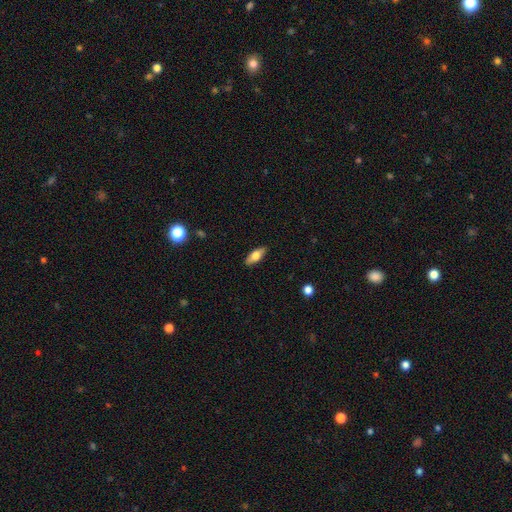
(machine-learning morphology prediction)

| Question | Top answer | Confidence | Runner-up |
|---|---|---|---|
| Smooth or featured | smooth | 66% | featured or disk (28%) |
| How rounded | in between | 76% | cigar-shaped (21%) |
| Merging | none | 88% | minor disturbance (9%) |